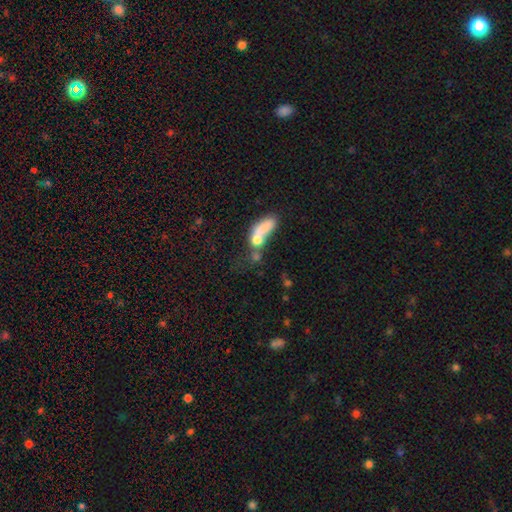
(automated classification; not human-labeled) Morphology: type=smooth (61%); roundness=in between (54%); merging=merger (41%).